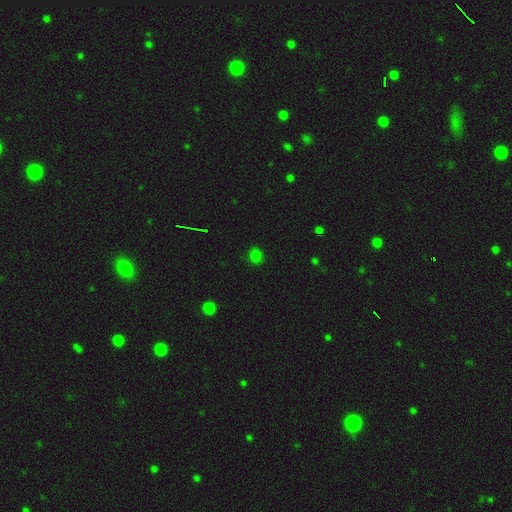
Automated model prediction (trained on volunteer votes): Smooth or featured? Predicted: smooth (p=0.75). How rounded? Predicted: round (p=0.74). Merging? Predicted: none (p=0.88).